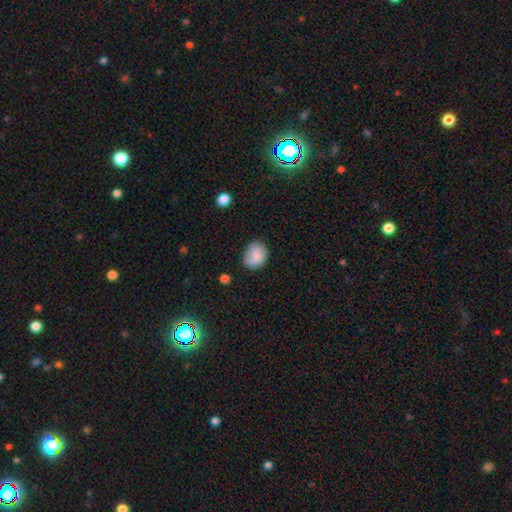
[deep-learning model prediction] Q: Smooth or featured?
A: smooth (84%); runner-up: featured or disk (8%)
Q: How rounded?
A: round (51%); runner-up: in between (48%)
Q: Merging?
A: none (74%); runner-up: minor disturbance (20%)